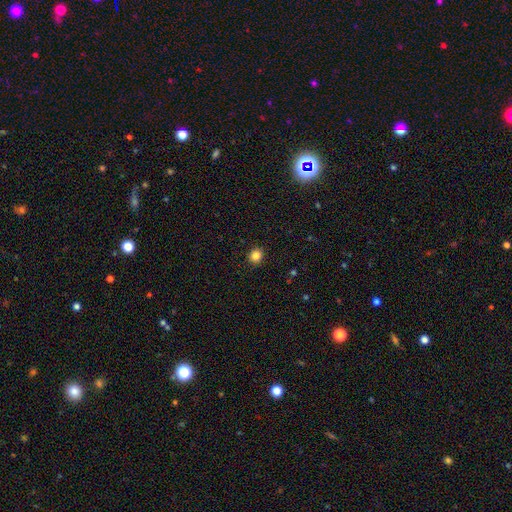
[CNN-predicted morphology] This is clearly a smooth galaxy (85%). How rounded: likely round (80%). Merging: clearly none (91%).